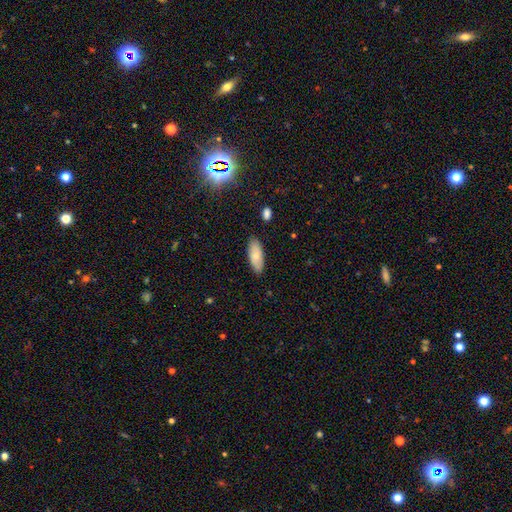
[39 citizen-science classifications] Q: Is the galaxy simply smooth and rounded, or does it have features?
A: smooth — 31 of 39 (79%).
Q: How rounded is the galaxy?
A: in between — 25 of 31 (81%).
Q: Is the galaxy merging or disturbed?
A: none — 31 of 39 (79%).